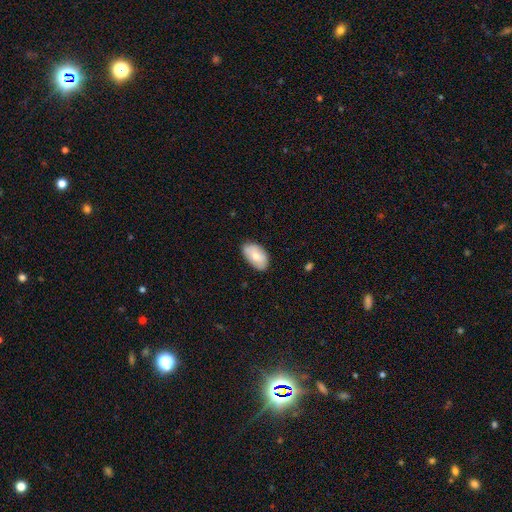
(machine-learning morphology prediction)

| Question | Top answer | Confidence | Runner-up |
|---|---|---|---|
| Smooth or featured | smooth | 75% | featured or disk (19%) |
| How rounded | in between | 94% | round (4%) |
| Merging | none | 79% | minor disturbance (18%) |